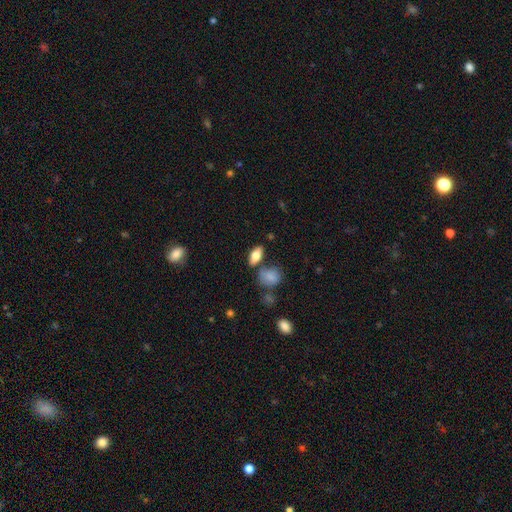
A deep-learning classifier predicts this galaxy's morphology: Smooth or featured?
  - smooth: 73% *
  - featured or disk: 19%
  - star or artifact: 8%
How rounded?
  - in between: 85% *
  - cigar-shaped: 10%
  - round: 5%
Merging?
  - none: 71% *
  - minor disturbance: 14%
  - merger: 11%
  - major disturbance: 4%